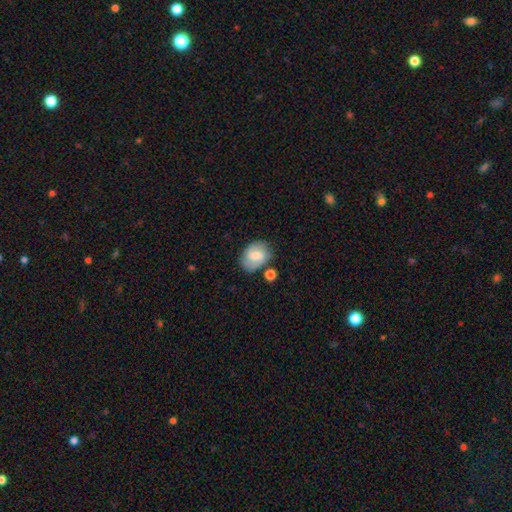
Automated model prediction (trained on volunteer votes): Smooth or featured? Predicted: featured or disk (p=0.48). Merging? Predicted: none (p=0.65).